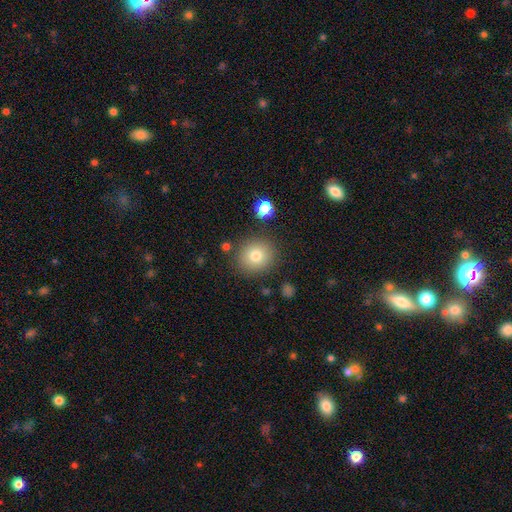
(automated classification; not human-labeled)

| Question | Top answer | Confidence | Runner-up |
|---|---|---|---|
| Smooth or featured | smooth | 78% | star or artifact (12%) |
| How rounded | round | 88% | in between (11%) |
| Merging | none | 85% | minor disturbance (8%) |